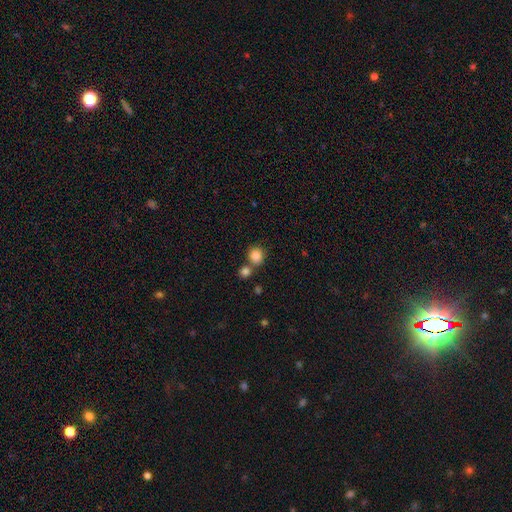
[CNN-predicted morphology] type=smooth (84%); roundness=round (85%); merging=none (62%).